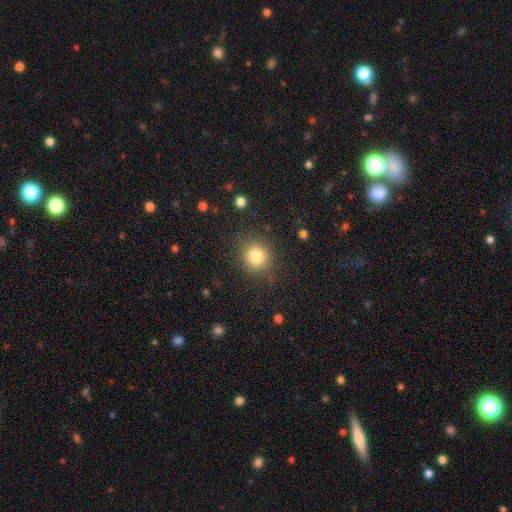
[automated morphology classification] smooth 81%, star or artifact 11%, featured or disk 7%. Down the decision tree: how rounded — round (87%); merging — none (86%).